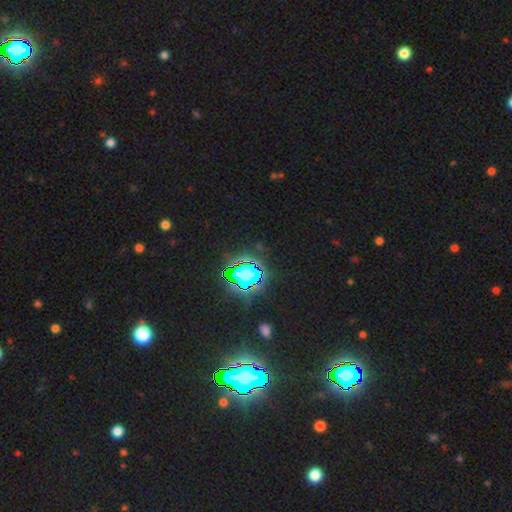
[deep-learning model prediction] The model was most divided on "smooth or featured": star or artifact: 82%, smooth: 11%, featured or disk: 7%.